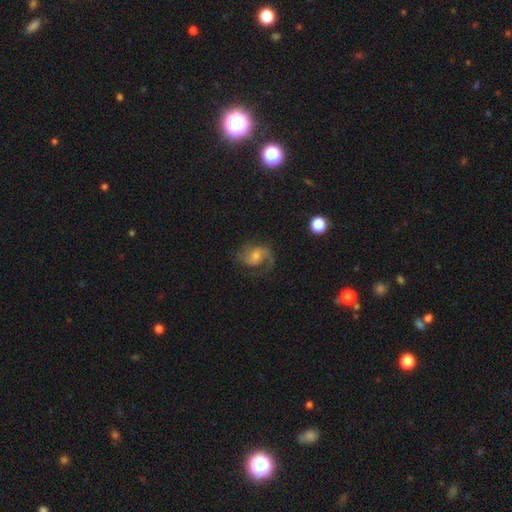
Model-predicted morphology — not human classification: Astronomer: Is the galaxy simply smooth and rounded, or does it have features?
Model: featured or disk — 79%.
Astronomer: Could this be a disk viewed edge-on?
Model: no — 98%.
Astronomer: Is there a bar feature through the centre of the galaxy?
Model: no — 47% (runner-up: weak, 44%).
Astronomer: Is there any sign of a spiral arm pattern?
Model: yes — 95%.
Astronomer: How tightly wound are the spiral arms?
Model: medium — 52% (runner-up: loose, 31%).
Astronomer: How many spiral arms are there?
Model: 2 — 77%.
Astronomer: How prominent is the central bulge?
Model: moderate — 45% (runner-up: small, 43%).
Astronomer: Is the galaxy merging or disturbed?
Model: none — 66%.